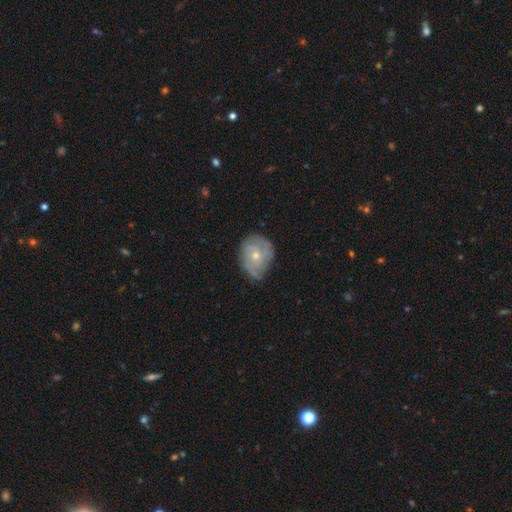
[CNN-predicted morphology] smooth-or-featured: featured or disk: 58% | smooth: 34% | star or artifact: 7%
  disk-edge-on: no: 96% | yes: 4%
    bar: no: 83% | weak: 15% | strong: 3%
    has-spiral-arms: yes: 67% | no: 33%
    bulge-size: small: 51% | moderate: 46% | large: 1% | none: 1% | dominant: 1%
  merging: none: 57% | minor disturbance: 32% | major disturbance: 9% | merger: 2%